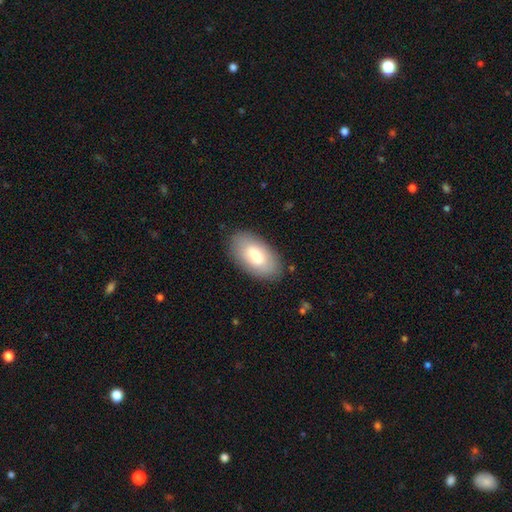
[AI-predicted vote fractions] The model was most divided on "smooth or featured": smooth: 73%, featured or disk: 21%, star or artifact: 6%. More confident: how rounded — in between (95%); merging — none (86%).